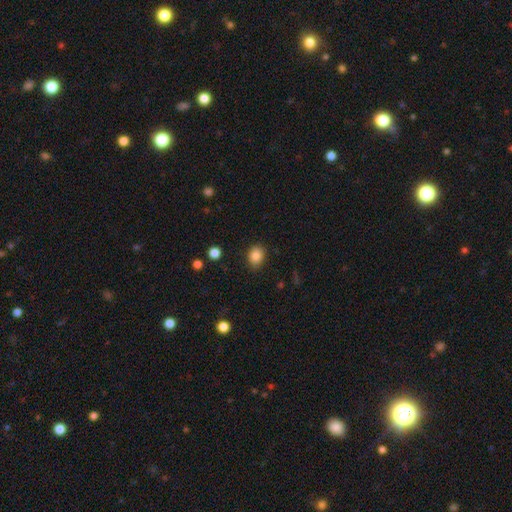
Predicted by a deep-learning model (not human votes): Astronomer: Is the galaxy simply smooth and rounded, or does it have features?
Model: smooth — 85%.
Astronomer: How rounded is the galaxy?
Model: round — 50% (runner-up: in between, 49%).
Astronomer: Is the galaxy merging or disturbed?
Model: none — 85%.